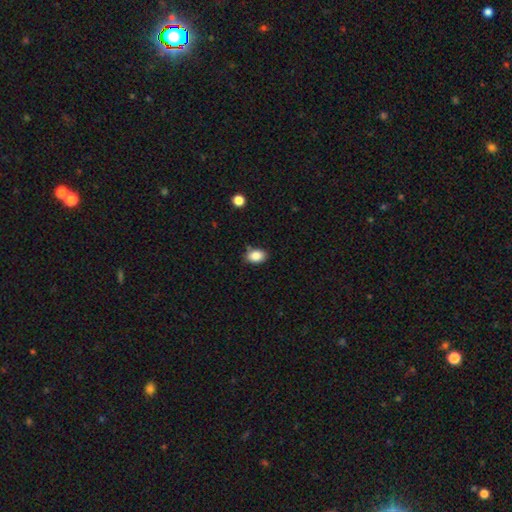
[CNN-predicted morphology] Smooth or featured: smooth — 86% (star or artifact — 9%)
How rounded: in between — 83% (round — 16%)
Merging: none — 79% (minor disturbance — 15%)